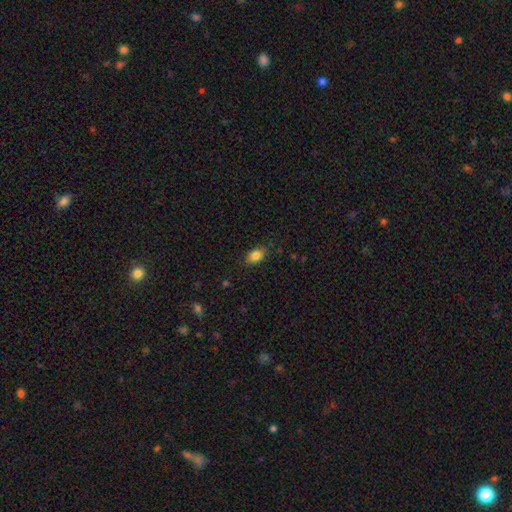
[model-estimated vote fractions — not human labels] This appears to be a smooth galaxy with no disk features (85%) that is in between round and cigar-shaped (80%). Merging: none (82%).